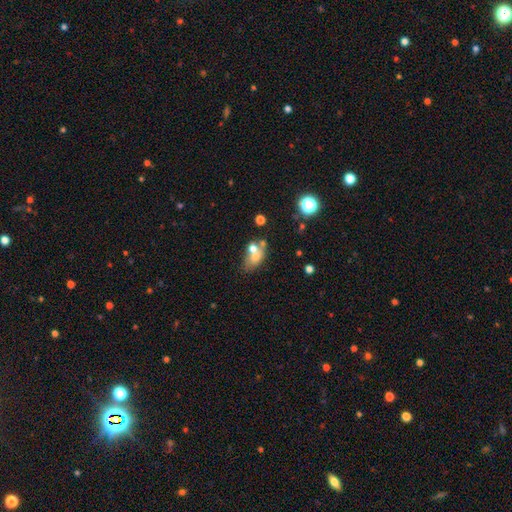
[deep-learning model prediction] Smooth or featured? smooth (61%)
How rounded? in between (77%)
Merging? merger (39%)